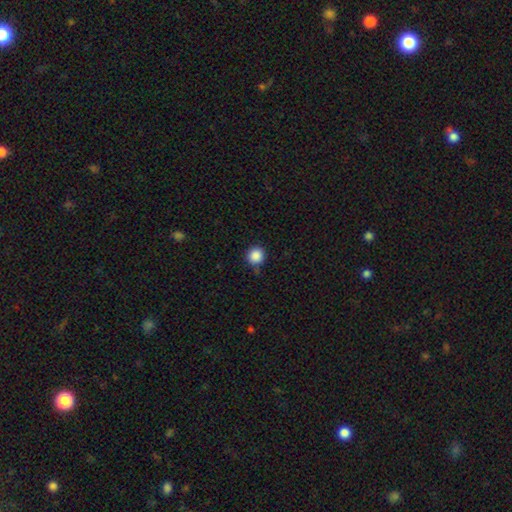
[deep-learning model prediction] Smooth or featured?
  - smooth: 87% *
  - star or artifact: 10%
  - featured or disk: 3%
How rounded?
  - round: 93% *
  - in between: 6%
  - cigar-shaped: 1%
Merging?
  - none: 83% *
  - minor disturbance: 12%
  - merger: 3%
  - major disturbance: 3%